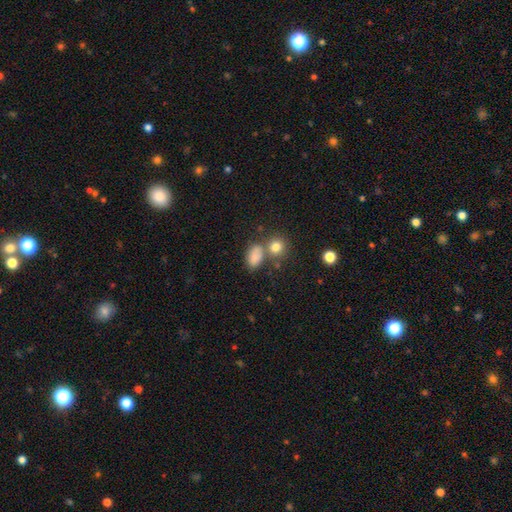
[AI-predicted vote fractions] Smooth or featured: smooth — 81% (star or artifact — 11%)
How rounded: in between — 79% (round — 19%)
Merging: none — 53% (merger — 25%)